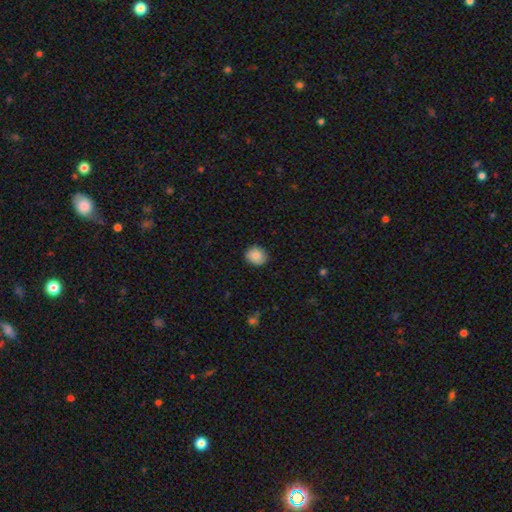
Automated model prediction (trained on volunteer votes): This is clearly a smooth galaxy (85%). How rounded: likely round (75%). Merging: clearly none (89%).